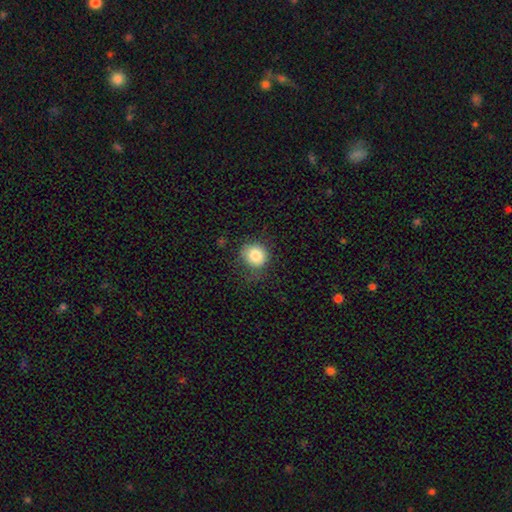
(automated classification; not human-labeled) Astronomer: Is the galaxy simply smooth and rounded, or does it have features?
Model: smooth — 84%.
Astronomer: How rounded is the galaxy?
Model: round — 83%.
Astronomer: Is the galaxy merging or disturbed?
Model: none — 69%.